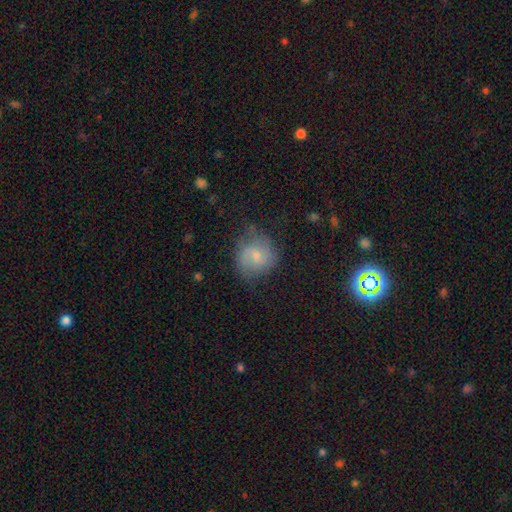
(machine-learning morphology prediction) Smooth or featured?
  - smooth: 48% *
  - featured or disk: 43%
  - star or artifact: 8%
Merging?
  - none: 63% *
  - minor disturbance: 25%
  - major disturbance: 11%
  - merger: 2%